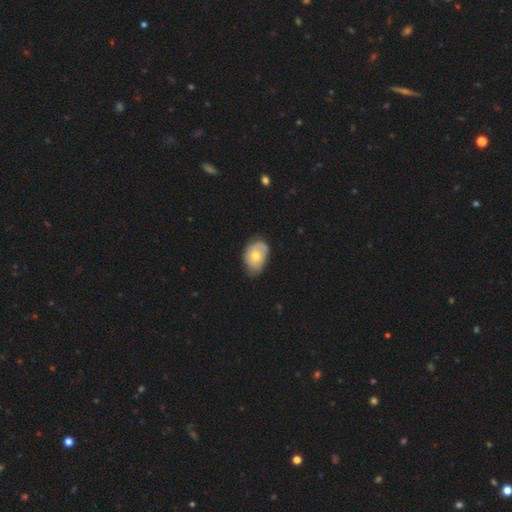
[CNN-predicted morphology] Overall: smooth (56%; featured or disk 37%). How rounded: in between (81%). Merging: none (57%; minor disturbance 34%).